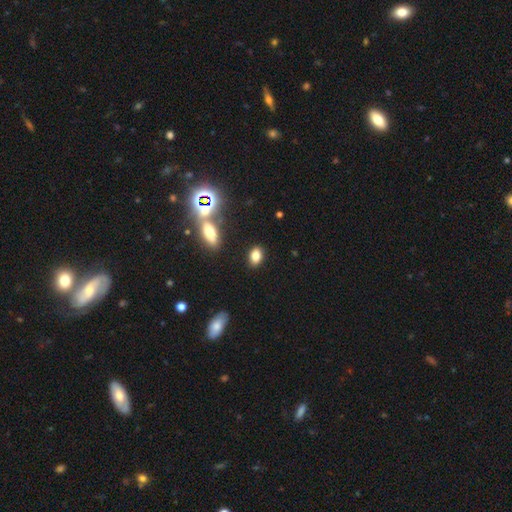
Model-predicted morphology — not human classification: smooth 81%, star or artifact 12%, featured or disk 8%. Down the decision tree: how rounded — in between (80%); merging — none (86%).